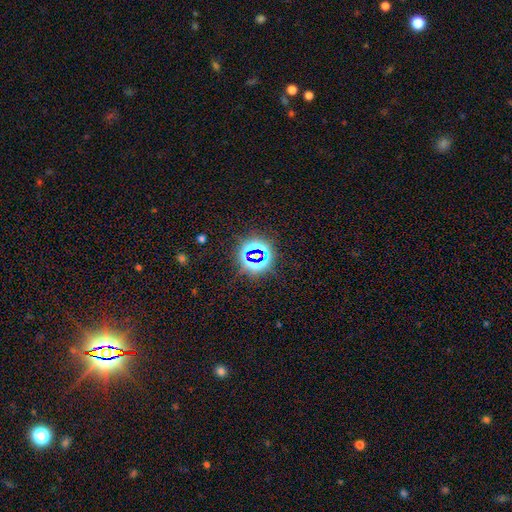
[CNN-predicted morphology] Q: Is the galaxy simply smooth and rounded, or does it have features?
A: star or artifact — 78%.